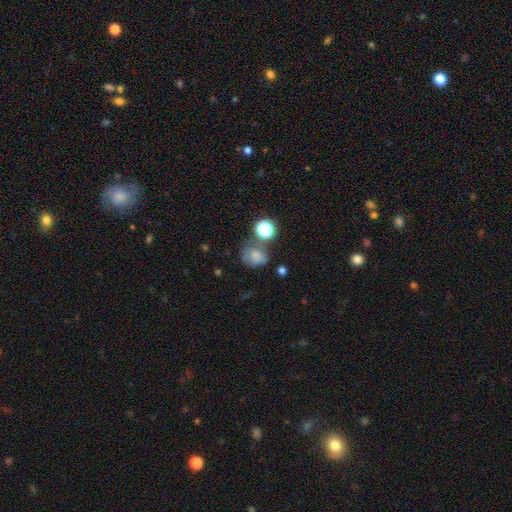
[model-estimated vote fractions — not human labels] A smooth galaxy with no disk features (67%) that is round (62%).

Vote fractions:
- Smooth or featured? smooth: 67% / star or artifact: 17% / featured or disk: 16%
- How rounded? round: 62% / in between: 37% / cigar-shaped: 1%
- Merging? none: 44% / minor disturbance: 22% / merger: 17% / major disturbance: 16%